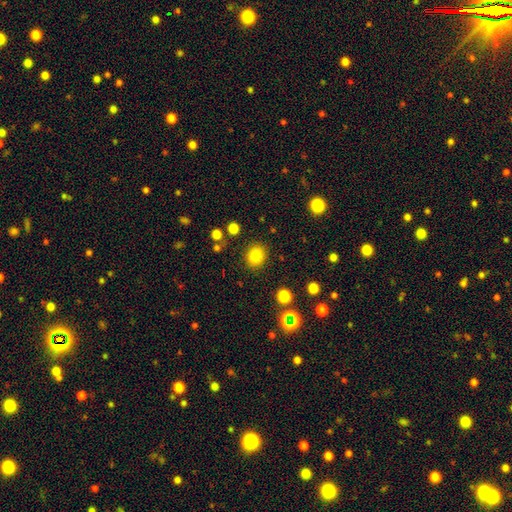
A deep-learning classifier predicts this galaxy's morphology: This appears to be a smooth galaxy with no disk features (84%) that is round (73%). Merging: none (86%).